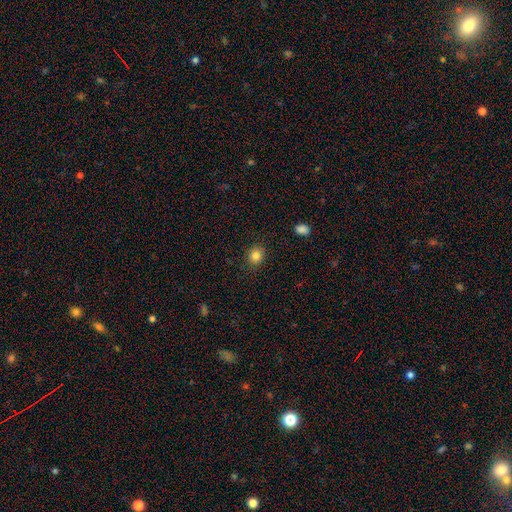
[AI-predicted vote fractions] Smooth or featured? Predicted: smooth (p=0.84). How rounded? Predicted: round (p=0.70). Merging? Predicted: none (p=0.87).